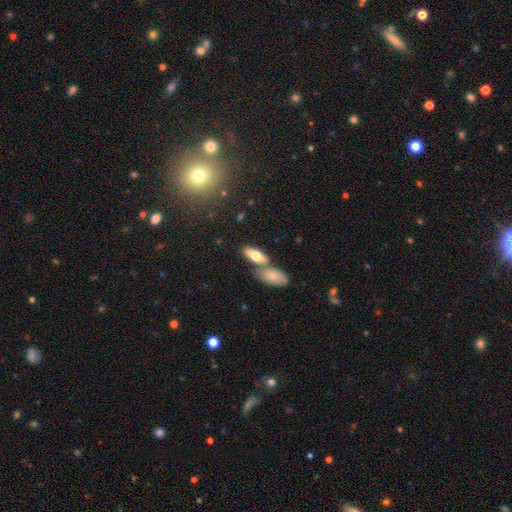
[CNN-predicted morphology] Q: Smooth or featured?
A: smooth (73%); runner-up: featured or disk (20%)
Q: How rounded?
A: in between (85%); runner-up: cigar-shaped (12%)
Q: Merging?
A: none (47%); runner-up: merger (39%)